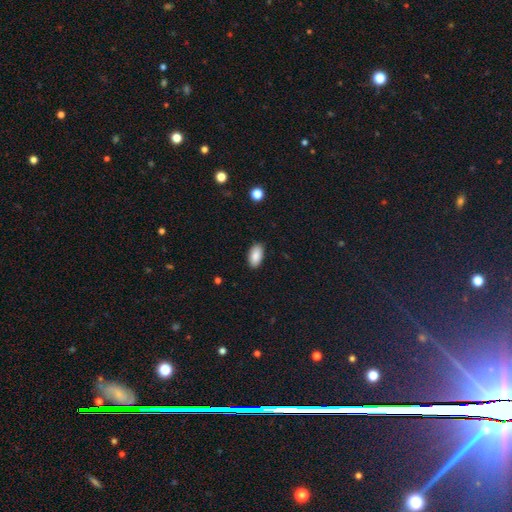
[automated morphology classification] This is clearly a smooth galaxy (88%). How rounded: clearly in between (94%). Merging: clearly none (88%).